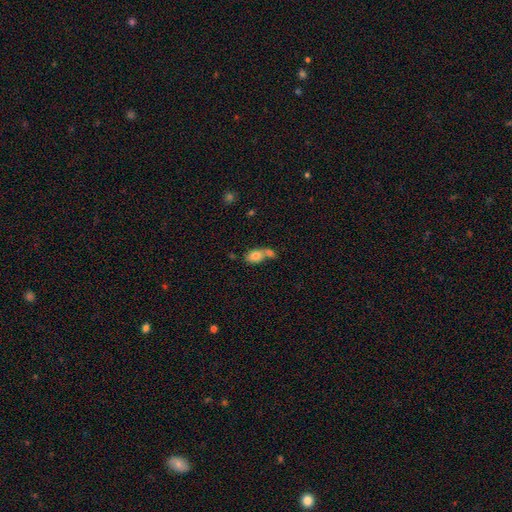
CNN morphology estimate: Q: Smooth or featured?
A: smooth (79%); runner-up: featured or disk (13%)
Q: How rounded?
A: in between (84%); runner-up: round (14%)
Q: Merging?
A: merger (57%); runner-up: none (29%)